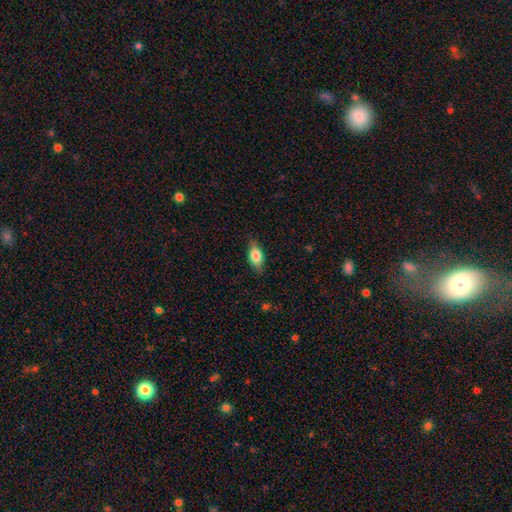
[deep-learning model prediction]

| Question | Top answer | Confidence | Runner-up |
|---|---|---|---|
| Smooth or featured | smooth | 70% | featured or disk (23%) |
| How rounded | in between | 82% | cigar-shaped (12%) |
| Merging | none | 81% | minor disturbance (15%) |